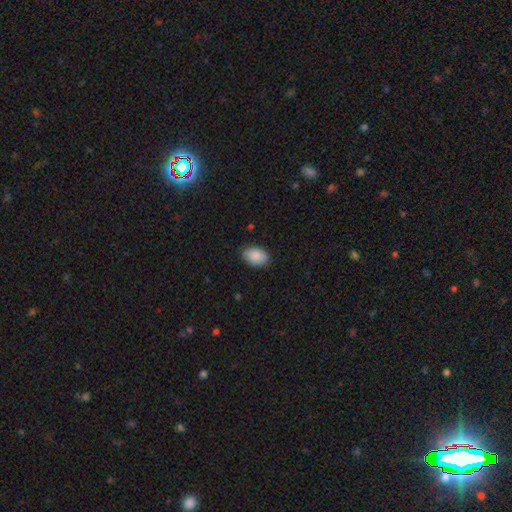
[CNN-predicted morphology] Smooth or featured? Predicted: smooth (p=0.88). How rounded? Predicted: in between (p=0.88). Merging? Predicted: none (p=0.86).